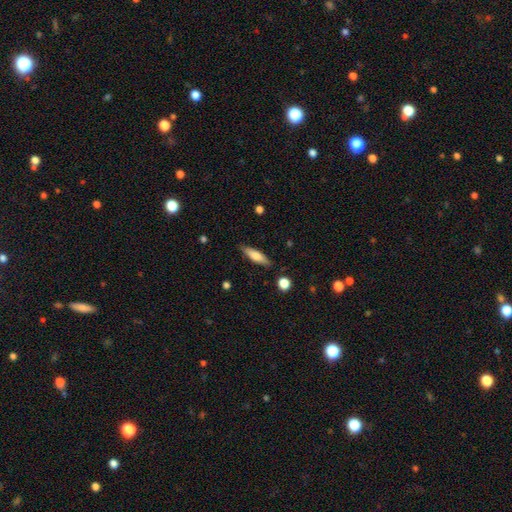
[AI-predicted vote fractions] Smooth or featured? Predicted: smooth (p=0.70). How rounded? Predicted: cigar-shaped (p=0.63). Merging? Predicted: none (p=0.86).